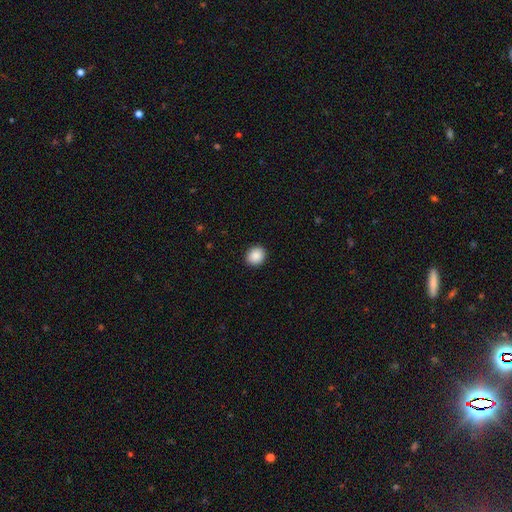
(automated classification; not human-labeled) Smooth or featured? Predicted: smooth (p=0.89). How rounded? Predicted: round (p=0.78). Merging? Predicted: none (p=0.92).